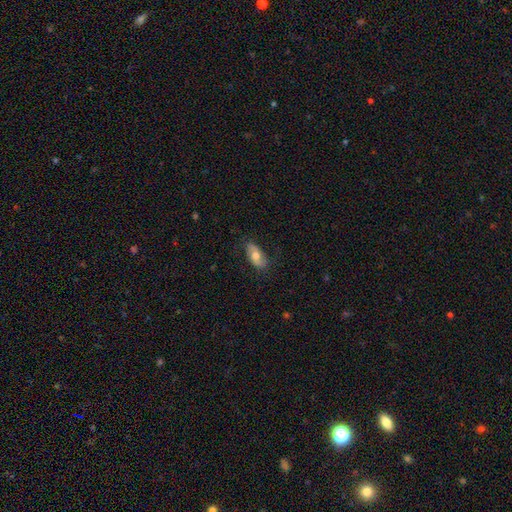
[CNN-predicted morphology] Smooth or featured?
  - smooth: 60% *
  - featured or disk: 33%
  - star or artifact: 6%
How rounded?
  - in between: 90% *
  - cigar-shaped: 6%
  - round: 4%
Merging?
  - none: 77% *
  - minor disturbance: 17%
  - major disturbance: 4%
  - merger: 1%